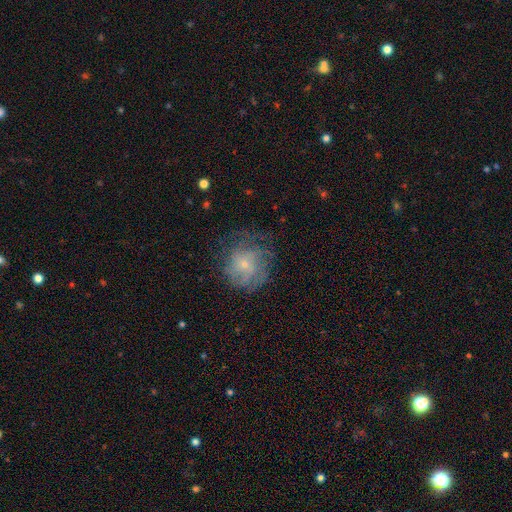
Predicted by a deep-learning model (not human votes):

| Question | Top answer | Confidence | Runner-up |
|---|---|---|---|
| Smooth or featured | featured or disk | 47% | smooth (30%) |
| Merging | none | 74% | minor disturbance (16%) |